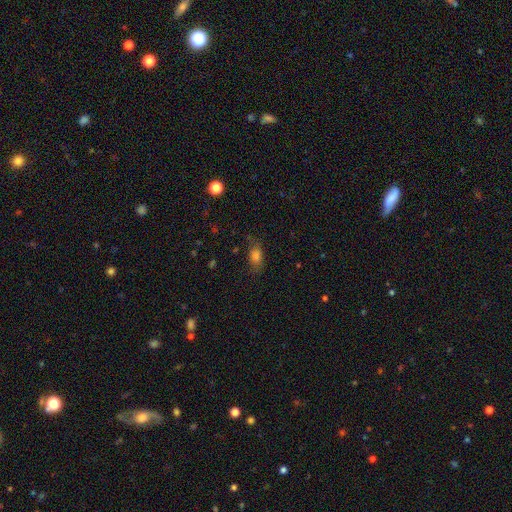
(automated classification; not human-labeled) Morphology: type=smooth (74%); roundness=in between (75%); merging=none (68%).